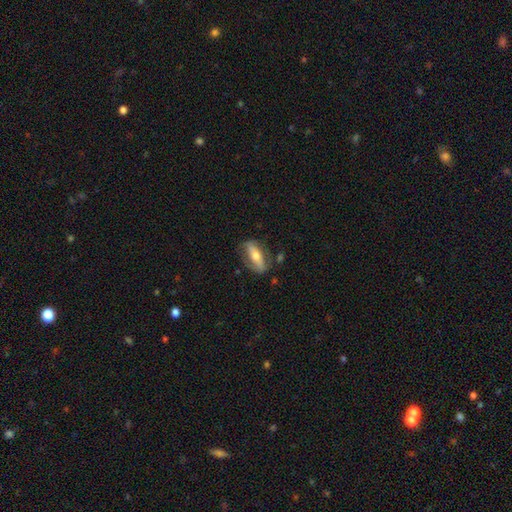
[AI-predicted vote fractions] This is possibly a featured or disk galaxy (50%). Merging: likely none (70%).